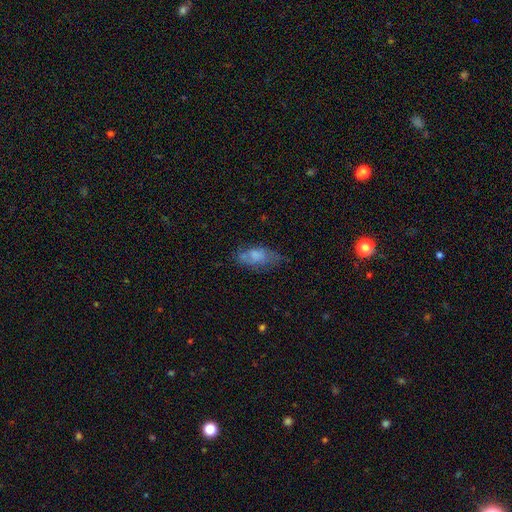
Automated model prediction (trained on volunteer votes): A smooth galaxy with no disk features (63%) that is in between round and cigar-shaped (85%). Merging: none (52%).